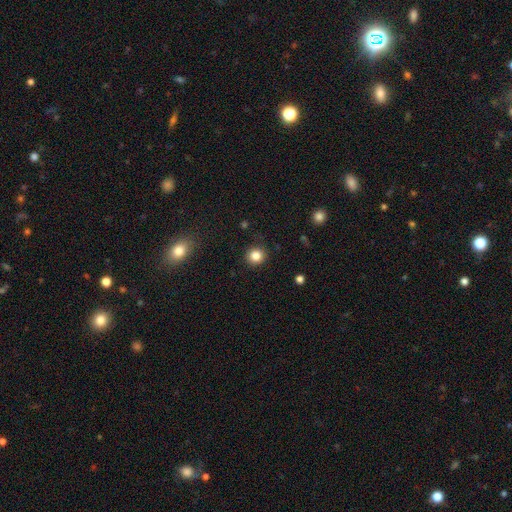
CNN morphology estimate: A smooth galaxy with no disk features (84%) that is round (90%). Merging: none (90%).